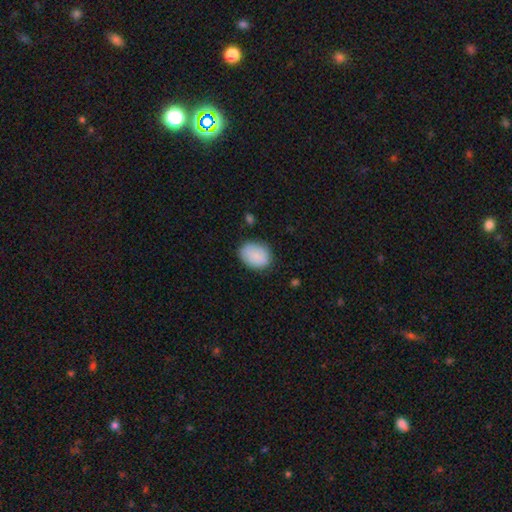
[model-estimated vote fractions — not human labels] A smooth galaxy with no disk features (87%) that is in between round and cigar-shaped (69%).

Vote fractions:
- Smooth or featured? smooth: 87% / star or artifact: 6% / featured or disk: 6%
- How rounded? in between: 69% / round: 30% / cigar-shaped: 1%
- Merging? none: 80% / minor disturbance: 15% / major disturbance: 3% / merger: 1%